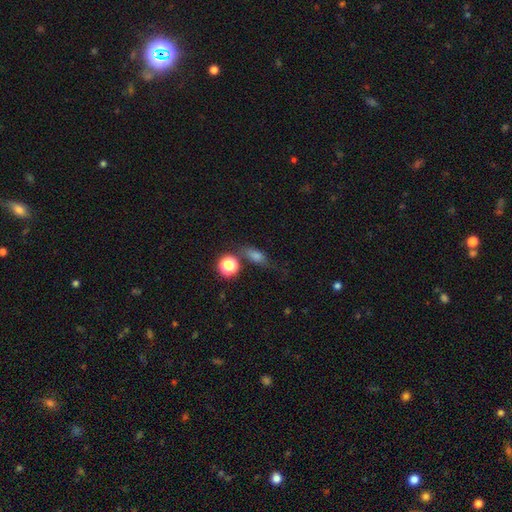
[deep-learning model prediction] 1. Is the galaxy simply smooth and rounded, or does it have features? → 68% smooth, 17% star or artifact, 15% featured or disk.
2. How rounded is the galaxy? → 58% in between, 21% round, 21% cigar-shaped.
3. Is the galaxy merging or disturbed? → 58% none, 21% minor disturbance, 11% major disturbance, 9% merger.